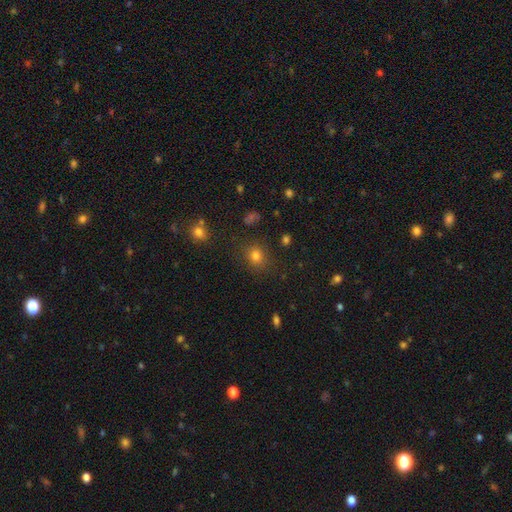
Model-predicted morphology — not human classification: Q: Smooth or featured?
A: smooth (77%); runner-up: star or artifact (16%)
Q: How rounded?
A: round (76%); runner-up: in between (23%)
Q: Merging?
A: none (84%); runner-up: minor disturbance (10%)